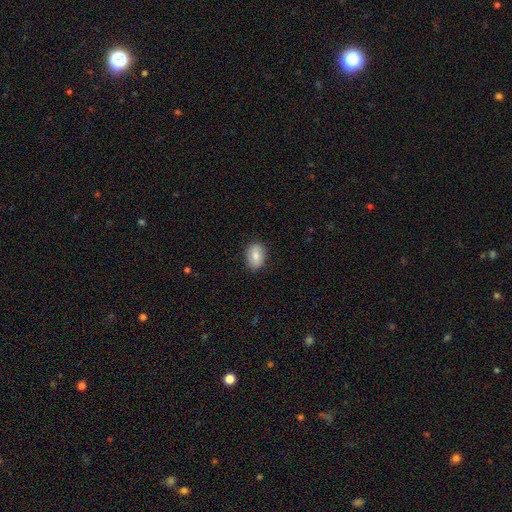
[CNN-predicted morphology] smooth 79%, featured or disk 14%, star or artifact 7%. Down the decision tree: how rounded — in between (79%); merging — none (85%).